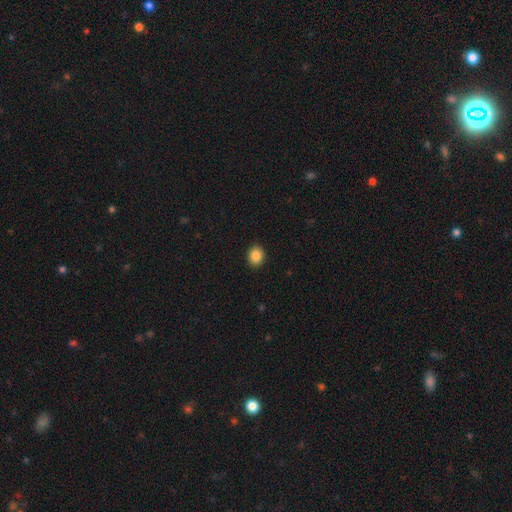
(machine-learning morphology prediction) Overall: smooth (87%). How rounded: round (59%; in between 41%). Merging: none (92%).